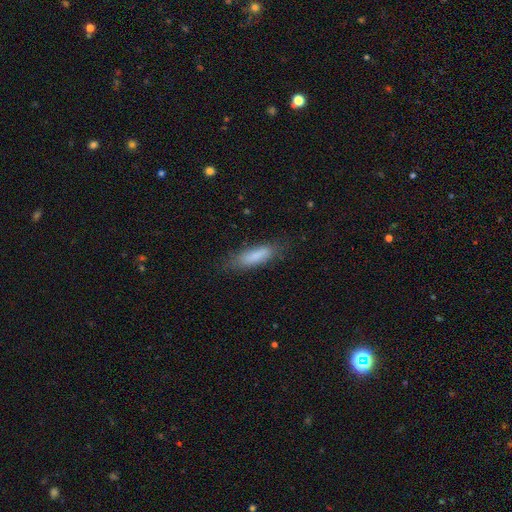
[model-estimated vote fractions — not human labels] smooth 82%, featured or disk 11%, star or artifact 7%. Down the decision tree: how rounded — cigar-shaped (57%); merging — none (77%).